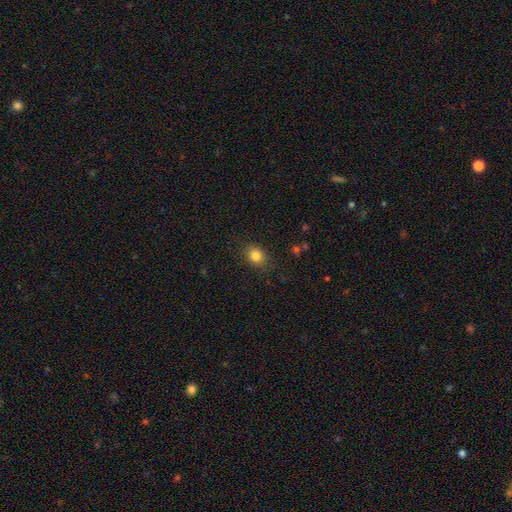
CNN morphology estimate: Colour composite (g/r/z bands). It shows a smooth galaxy with no disk features (82%) that is in between round and cigar-shaped (50%). Merging: none (84%).